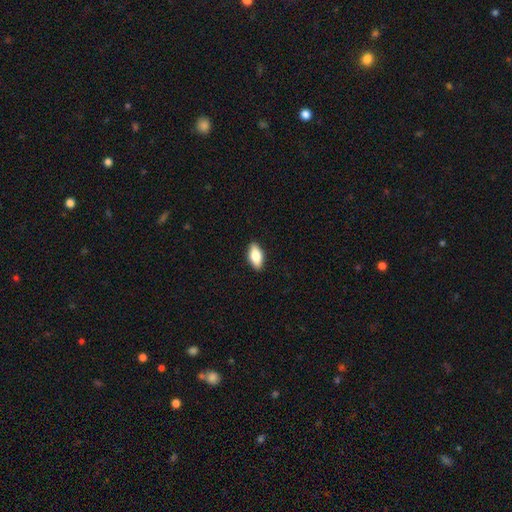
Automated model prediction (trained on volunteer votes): Smooth or featured? Predicted: smooth (p=0.78). How rounded? Predicted: in between (p=0.87). Merging? Predicted: none (p=0.89).